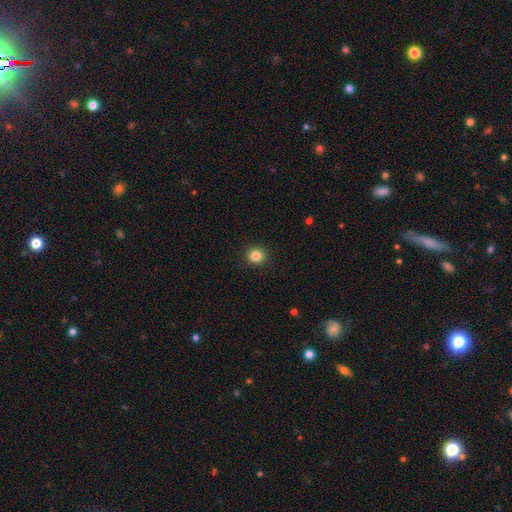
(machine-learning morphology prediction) A smooth galaxy with no disk features (84%) that is round (94%). Merging: none (93%).